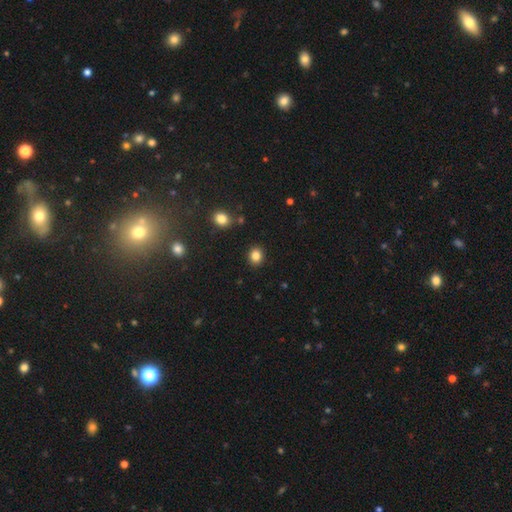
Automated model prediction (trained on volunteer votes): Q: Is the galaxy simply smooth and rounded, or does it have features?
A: smooth — 84%.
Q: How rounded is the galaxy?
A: round — 69%.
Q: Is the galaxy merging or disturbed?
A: none — 90%.